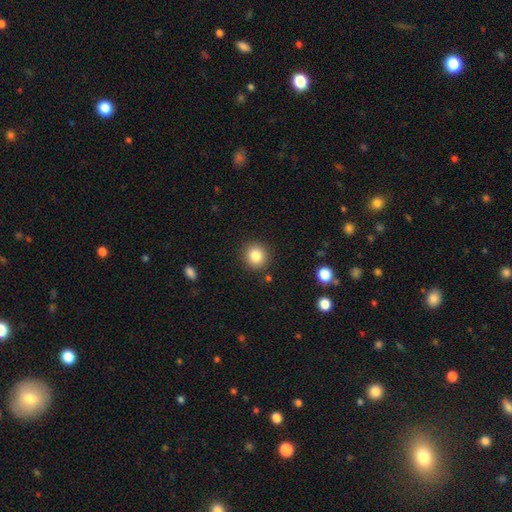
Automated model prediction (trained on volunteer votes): smooth_or_featured: smooth (p=0.84) [alt: star or artifact p=0.10]
how_rounded: round (p=0.90) [alt: in between p=0.09]
merging: none (p=0.89) [alt: minor disturbance p=0.07]